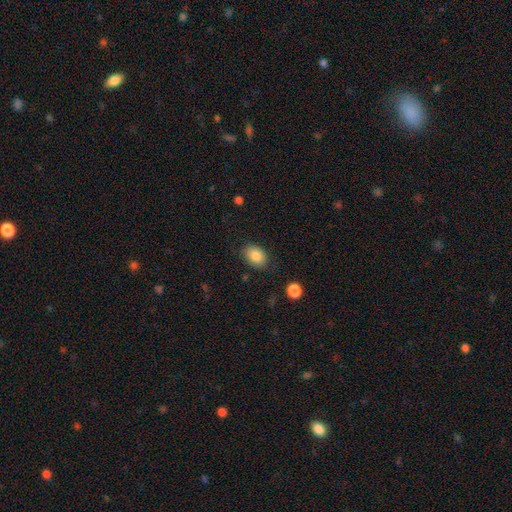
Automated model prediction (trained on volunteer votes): This appears to be a smooth galaxy with no disk features (85%) that is in between round and cigar-shaped (75%). Merging: none (82%).